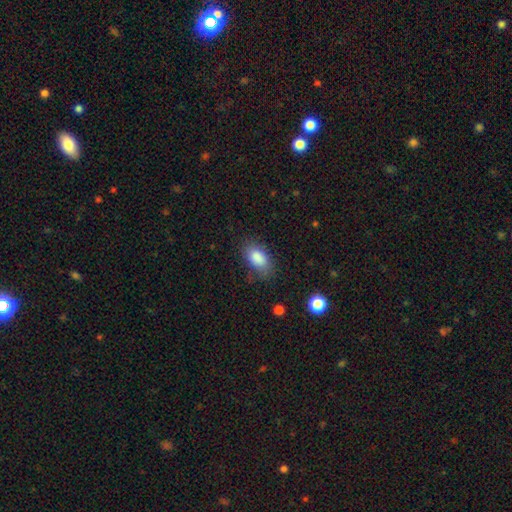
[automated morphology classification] Smooth or featured?
  - smooth: 85% *
  - star or artifact: 8%
  - featured or disk: 7%
How rounded?
  - in between: 90% *
  - round: 7%
  - cigar-shaped: 3%
Merging?
  - none: 76% *
  - minor disturbance: 18%
  - major disturbance: 5%
  - merger: 2%